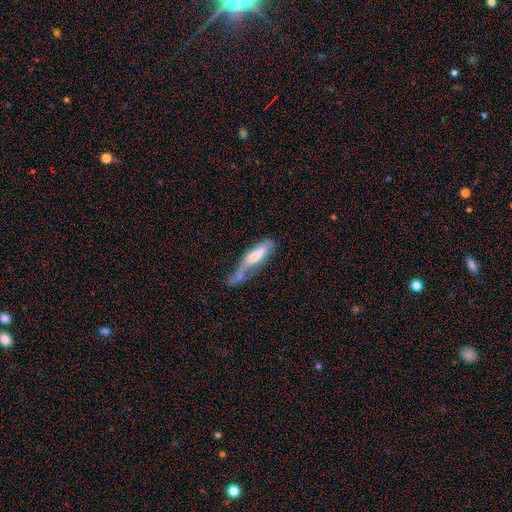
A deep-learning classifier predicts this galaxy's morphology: Smooth or featured? Predicted: smooth (p=0.60). How rounded? Predicted: cigar-shaped (p=0.66). Merging? Predicted: merger (p=0.32).